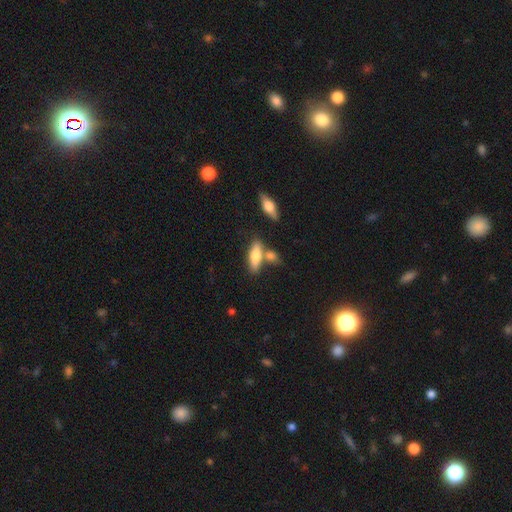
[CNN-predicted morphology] smooth_or_featured: smooth (p=0.68) [alt: featured or disk p=0.25]
how_rounded: in between (p=0.59) [alt: cigar-shaped p=0.38]
merging: none (p=0.58) [alt: merger p=0.25]